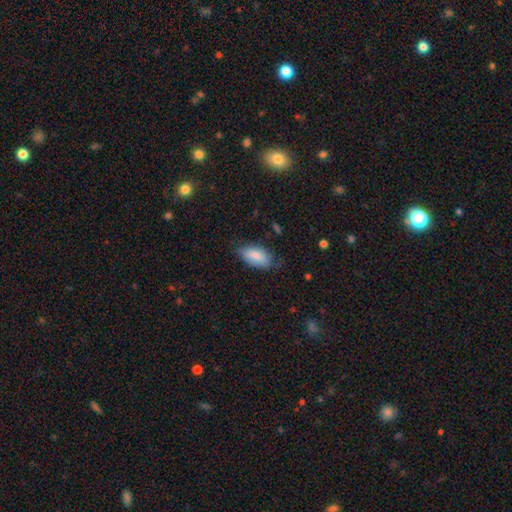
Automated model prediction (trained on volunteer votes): Smooth or featured? Predicted: smooth (p=0.82). How rounded? Predicted: in between (p=0.92). Merging? Predicted: none (p=0.63).